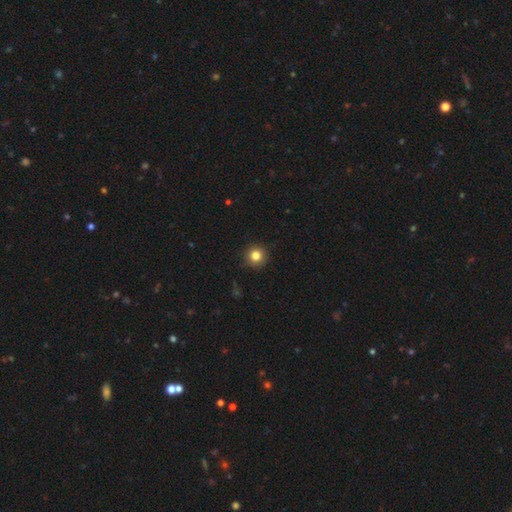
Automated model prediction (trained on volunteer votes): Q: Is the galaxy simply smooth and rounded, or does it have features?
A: smooth — 83%.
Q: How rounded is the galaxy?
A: round — 95%.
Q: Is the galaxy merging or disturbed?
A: none — 92%.